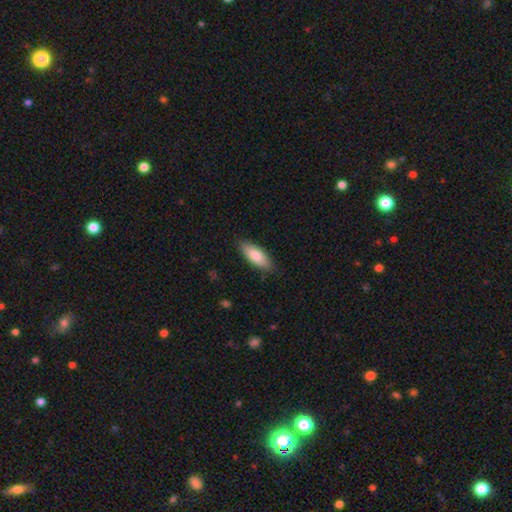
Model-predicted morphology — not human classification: A smooth galaxy with no disk features (82%) that is in between round and cigar-shaped (73%). Merging: none (86%).